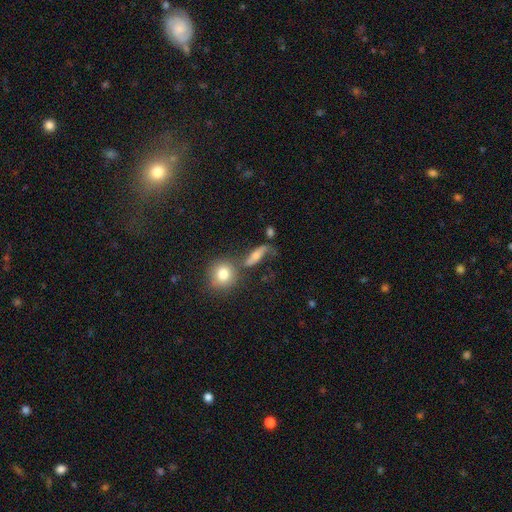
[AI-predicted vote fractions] Smooth or featured? Predicted: smooth (p=0.44, tied with featured or disk). Merging? Predicted: none (p=0.48).